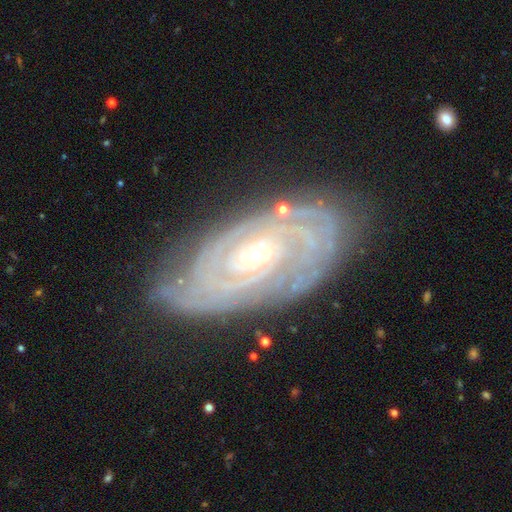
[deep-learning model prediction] A featured or disk galaxy (88%) with no bar (59%), tight (84%) spiral arms (97%) and a small central bulge (72%). Merging: none (77%).